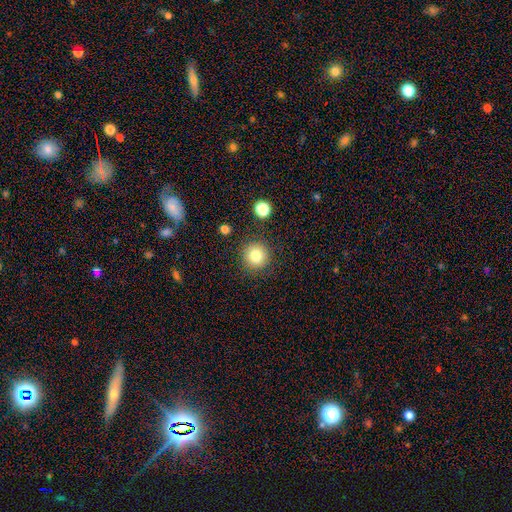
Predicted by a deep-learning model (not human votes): The model was most divided on "smooth or featured": smooth: 81%, star or artifact: 11%, featured or disk: 8%. More confident: how rounded — round (93%); merging — none (86%).